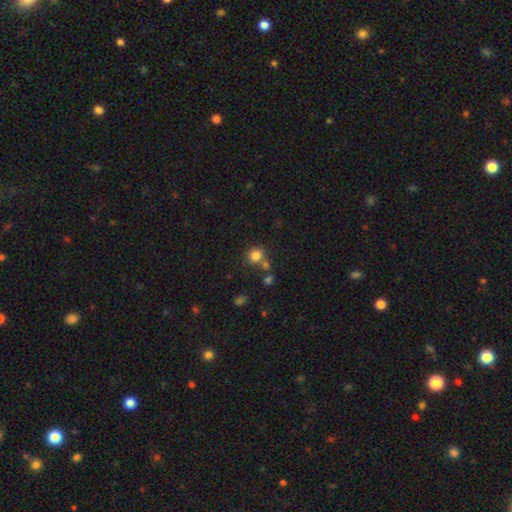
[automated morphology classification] This appears to be a smooth galaxy with no disk features (81%) that is round (88%). Merging: none (67%).